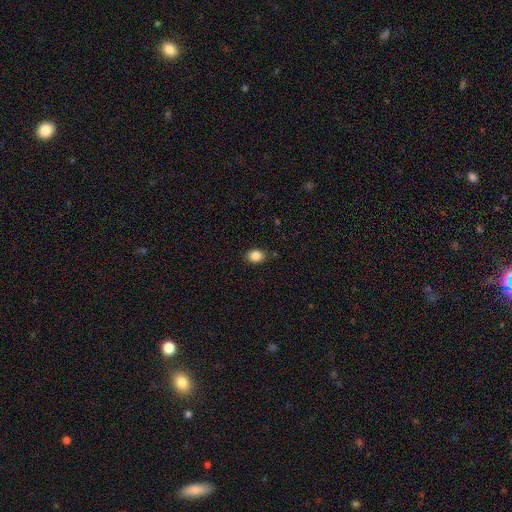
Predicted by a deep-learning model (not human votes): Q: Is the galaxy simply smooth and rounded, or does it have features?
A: smooth — 85%.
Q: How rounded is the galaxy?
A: in between — 52%.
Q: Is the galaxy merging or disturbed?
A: none — 83%.